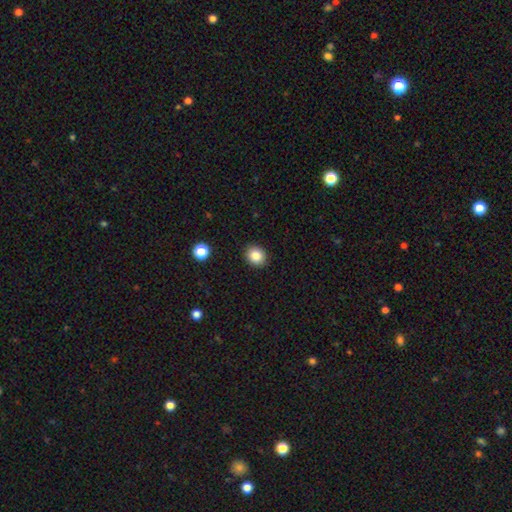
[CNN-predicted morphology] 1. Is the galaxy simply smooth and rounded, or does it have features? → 85% smooth, 10% star or artifact, 5% featured or disk.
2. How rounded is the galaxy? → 70% round, 29% in between, 1% cigar-shaped.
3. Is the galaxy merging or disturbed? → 90% none, 7% minor disturbance, 2% major disturbance, 1% merger.